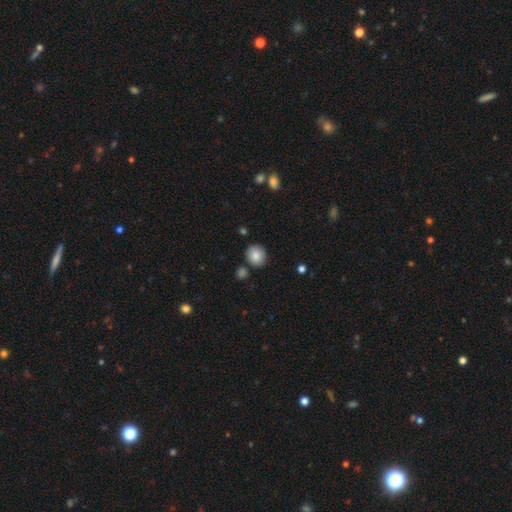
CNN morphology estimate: smooth_or_featured: smooth (p=0.84) [alt: star or artifact p=0.09]
how_rounded: round (p=0.84) [alt: in between p=0.15]
merging: none (p=0.83) [alt: minor disturbance p=0.10]